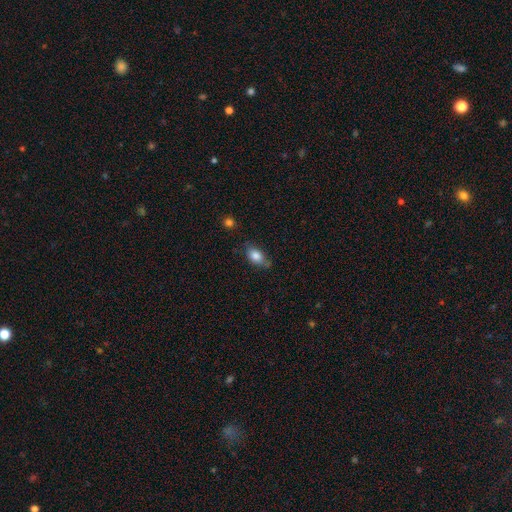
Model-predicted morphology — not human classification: smooth_or_featured: smooth (p=0.83) [alt: featured or disk p=0.09]
how_rounded: in between (p=0.85) [alt: round p=0.11]
merging: none (p=0.63) [alt: minor disturbance p=0.28]